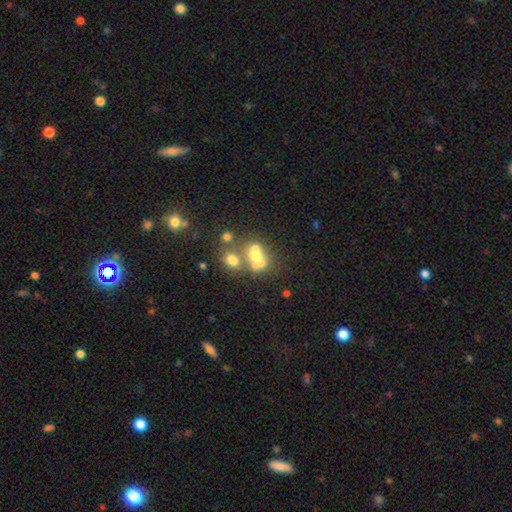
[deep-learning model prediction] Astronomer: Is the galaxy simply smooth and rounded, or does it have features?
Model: smooth — 53% (runner-up: featured or disk, 29%).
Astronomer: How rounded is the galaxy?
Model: round — 61% (runner-up: in between, 38%).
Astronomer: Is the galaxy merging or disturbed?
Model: merger — 51% (runner-up: none, 33%).